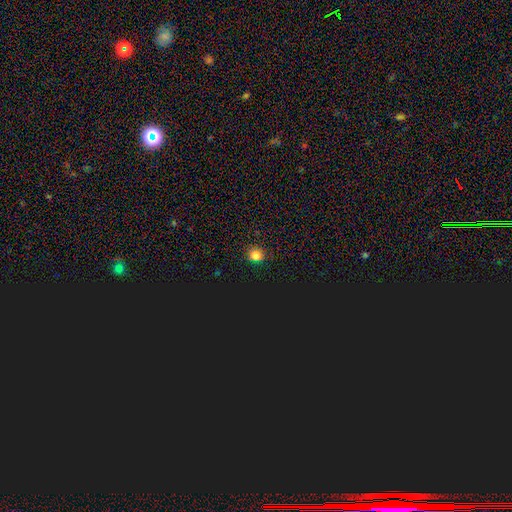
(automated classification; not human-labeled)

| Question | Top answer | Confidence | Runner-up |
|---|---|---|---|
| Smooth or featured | smooth | 76% | star or artifact (20%) |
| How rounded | round | 87% | in between (12%) |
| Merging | none | 89% | minor disturbance (7%) |